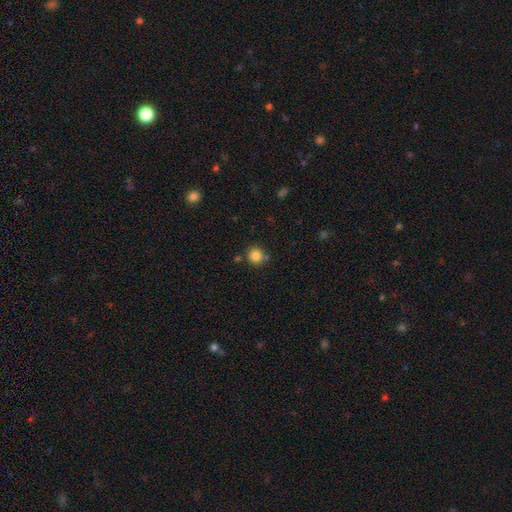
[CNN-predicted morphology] This is clearly a smooth galaxy (84%). How rounded: clearly round (89%). Merging: likely none (78%).